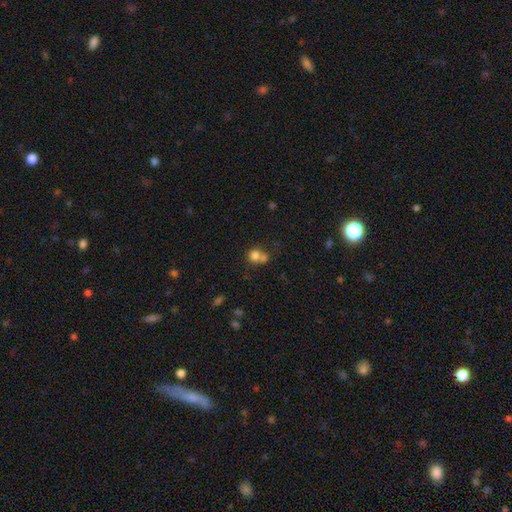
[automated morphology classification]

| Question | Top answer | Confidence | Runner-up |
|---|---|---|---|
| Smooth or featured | smooth | 77% | featured or disk (12%) |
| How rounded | round | 81% | in between (18%) |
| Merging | merger | 49% | none (37%) |